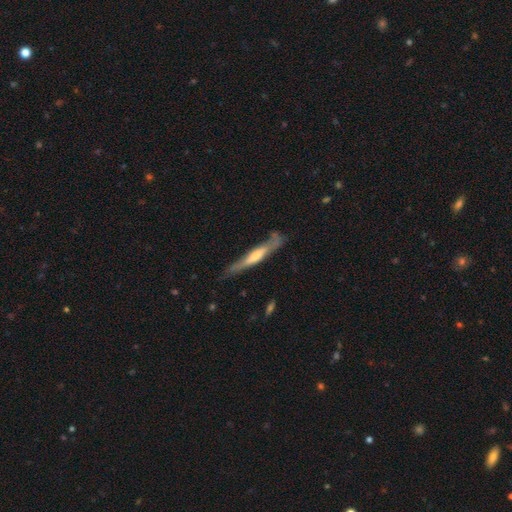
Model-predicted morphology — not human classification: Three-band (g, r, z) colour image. It shows a featured or disk galaxy (59%) viewed edge-on (89%) with a rounded central bulge (45%). Merging: none (65%).